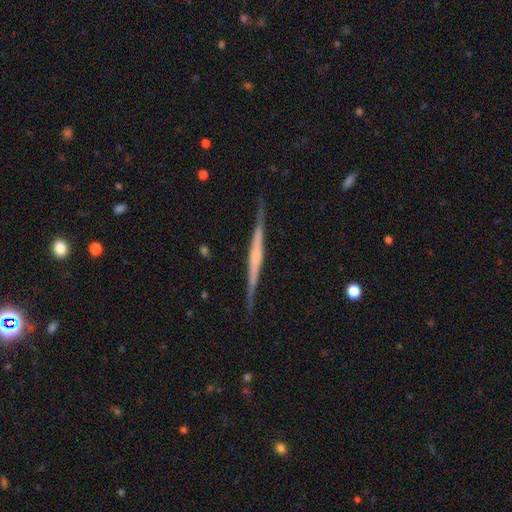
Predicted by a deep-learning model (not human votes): Smooth or featured?
  - featured or disk: 77% *
  - smooth: 18%
  - star or artifact: 5%
Edge-on disk?
  - yes: 98% *
  - no: 2%
Edge-on bulge?
  - none: 44% *
  - rounded: 36%
  - boxy: 21%
Merging?
  - none: 89% *
  - minor disturbance: 9%
  - major disturbance: 2%
  - merger: 1%